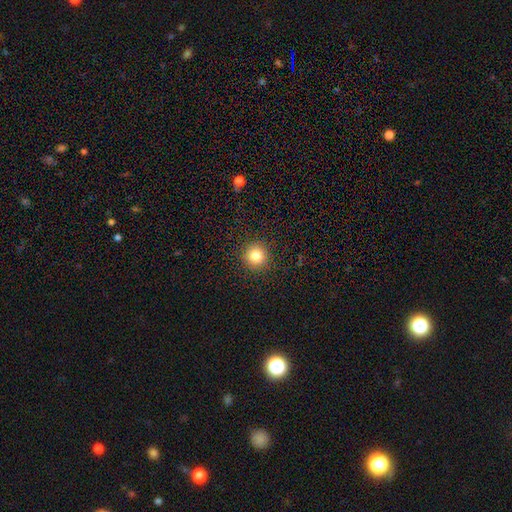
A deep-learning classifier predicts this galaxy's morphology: type=smooth (83%); roundness=round (94%); merging=none (91%).